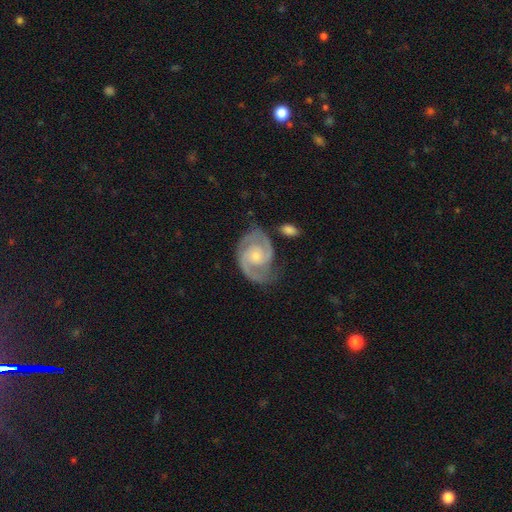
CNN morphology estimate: A featured or disk galaxy (90%) with no bar (63%), 2 (89%) medium (50%) spiral arms (98%) and a small central bulge (60%). Merging: none (70%).